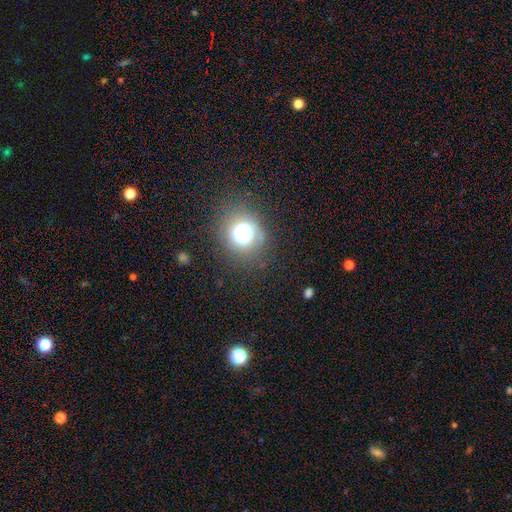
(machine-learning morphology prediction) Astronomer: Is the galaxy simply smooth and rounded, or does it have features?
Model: smooth — 64%.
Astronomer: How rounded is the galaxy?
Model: round — 76%.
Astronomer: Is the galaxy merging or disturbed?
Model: none — 90%.